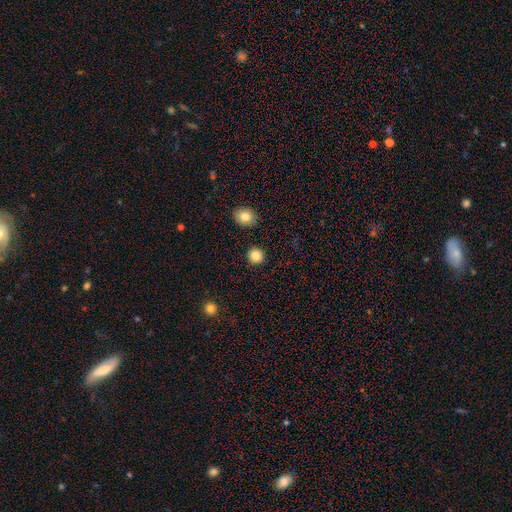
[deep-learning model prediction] Q: Smooth or featured?
A: smooth (85%); runner-up: star or artifact (11%)
Q: How rounded?
A: round (94%); runner-up: in between (5%)
Q: Merging?
A: none (92%); runner-up: minor disturbance (5%)